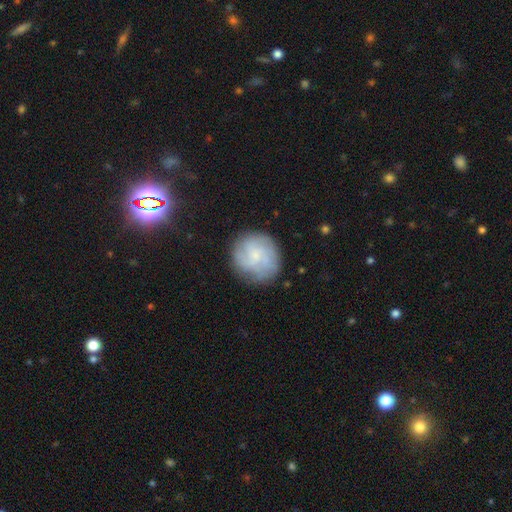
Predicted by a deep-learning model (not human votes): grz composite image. It shows a featured or disk galaxy (48%). Merging: none (78%).